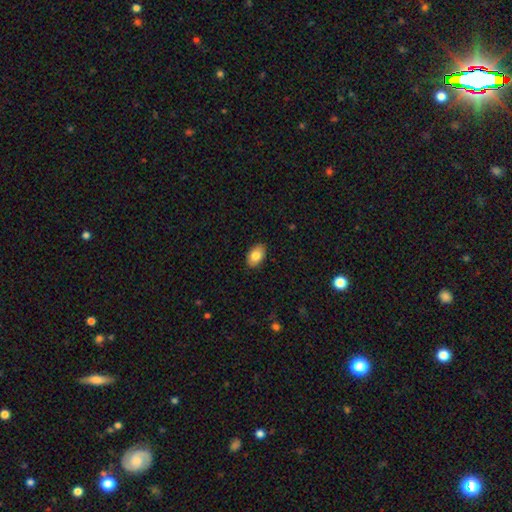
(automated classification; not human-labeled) Q: Smooth or featured?
A: smooth (83%); runner-up: featured or disk (10%)
Q: How rounded?
A: in between (91%); runner-up: round (8%)
Q: Merging?
A: none (88%); runner-up: minor disturbance (9%)